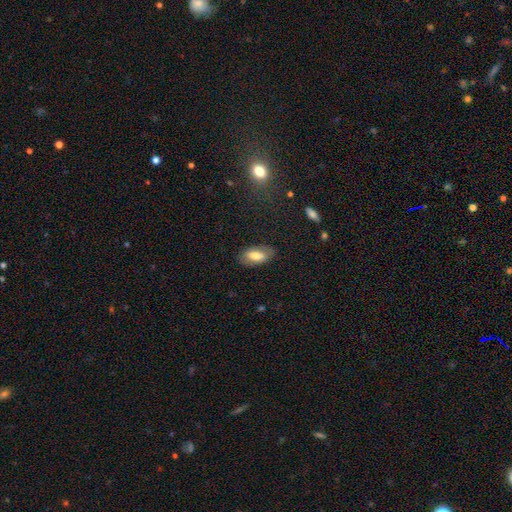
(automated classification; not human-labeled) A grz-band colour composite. It shows a smooth galaxy with no disk features (66%) that is in between round and cigar-shaped (90%). Merging: none (80%).